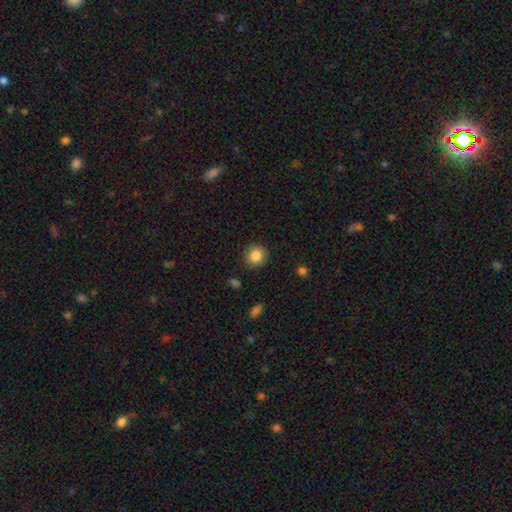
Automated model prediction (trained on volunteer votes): Smooth or featured? Predicted: smooth (p=0.85). How rounded? Predicted: round (p=0.89). Merging? Predicted: none (p=0.89).